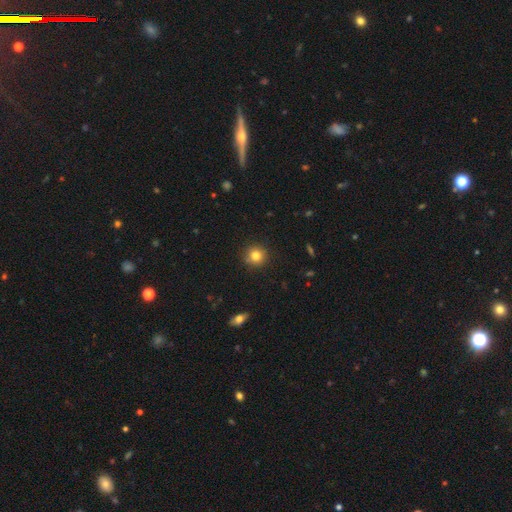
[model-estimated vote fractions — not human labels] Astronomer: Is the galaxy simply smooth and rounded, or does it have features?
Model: smooth — 81%.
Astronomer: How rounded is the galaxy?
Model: round — 93%.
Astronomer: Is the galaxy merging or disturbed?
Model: none — 88%.